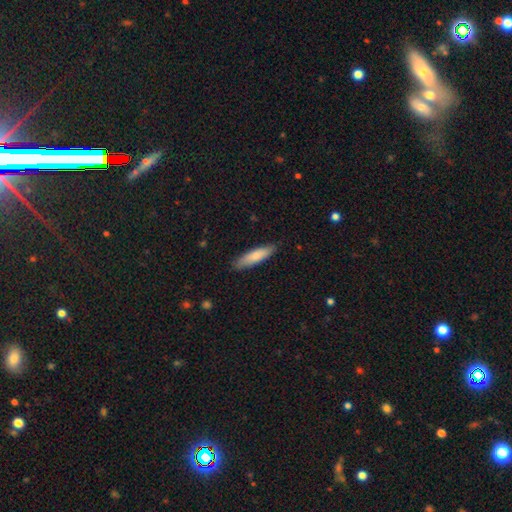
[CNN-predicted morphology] Smooth or featured? smooth (79%)
How rounded? cigar-shaped (70%)
Merging? none (86%)